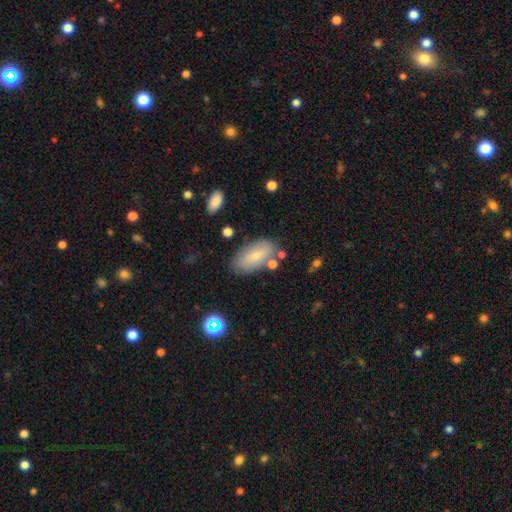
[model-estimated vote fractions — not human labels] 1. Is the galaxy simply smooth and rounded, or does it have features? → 70% smooth, 21% featured or disk, 9% star or artifact.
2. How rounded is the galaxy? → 89% in between, 8% cigar-shaped, 3% round.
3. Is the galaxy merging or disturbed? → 75% none, 15% minor disturbance, 6% merger, 4% major disturbance.